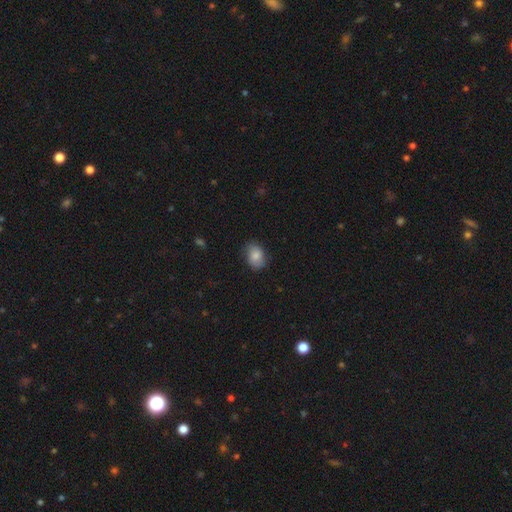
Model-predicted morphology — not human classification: A smooth galaxy with no disk features (81%) that is in between round and cigar-shaped (74%).

Vote fractions:
- Smooth or featured? smooth: 81% / featured or disk: 11% / star or artifact: 8%
- How rounded? in between: 74% / round: 25% / cigar-shaped: 1%
- Merging? none: 75% / minor disturbance: 20% / major disturbance: 4% / merger: 1%